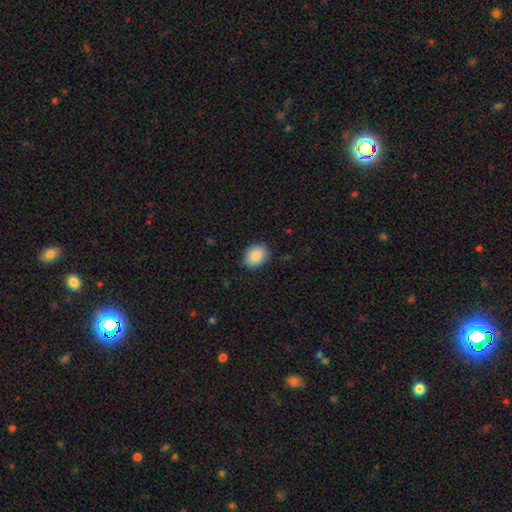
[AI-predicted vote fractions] Smooth or featured: smooth — 88% (star or artifact — 7%)
How rounded: in between — 64% (round — 35%)
Merging: none — 87% (minor disturbance — 10%)